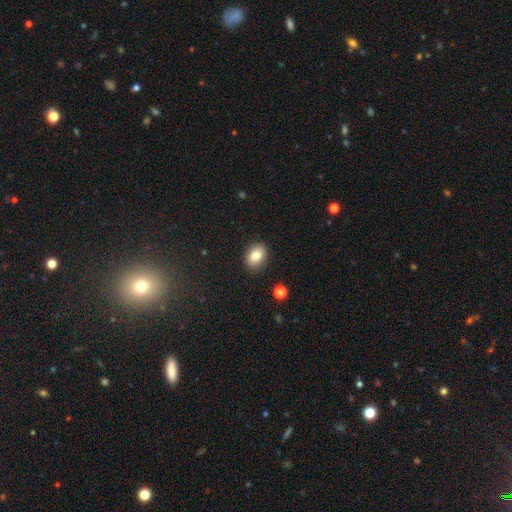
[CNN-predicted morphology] The model was most divided on "how rounded": in between: 73%, round: 26%, cigar-shaped: 1%. More confident: merging — none (87%); smooth or featured — smooth (83%).